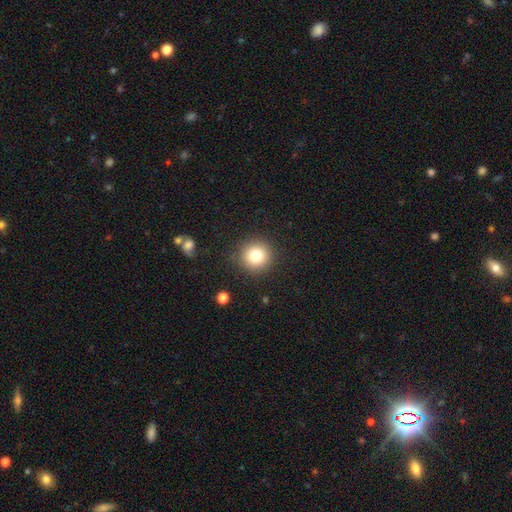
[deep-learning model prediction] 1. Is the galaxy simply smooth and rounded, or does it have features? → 79% smooth, 12% star or artifact, 9% featured or disk.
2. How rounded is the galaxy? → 94% round, 5% in between, 1% cigar-shaped.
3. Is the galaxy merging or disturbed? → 90% none, 6% minor disturbance, 2% major disturbance, 1% merger.